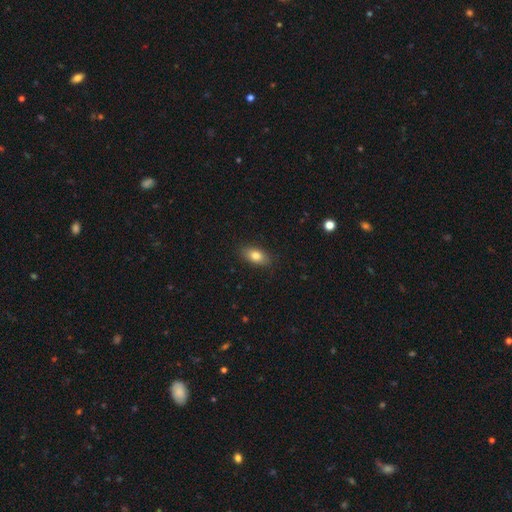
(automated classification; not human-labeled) Smooth or featured: smooth — 79% (featured or disk — 13%)
How rounded: in between — 87% (round — 7%)
Merging: none — 87% (minor disturbance — 10%)